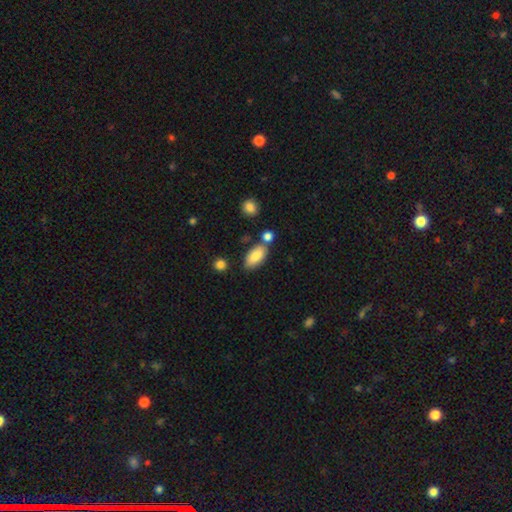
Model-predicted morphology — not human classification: A smooth galaxy with no disk features (82%) that is in between round and cigar-shaped (90%). Merging: none (70%).